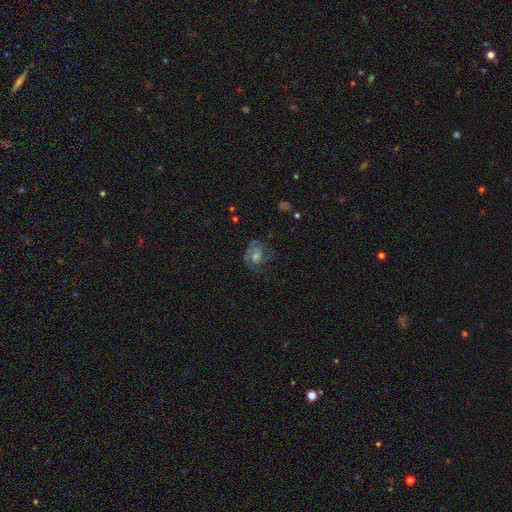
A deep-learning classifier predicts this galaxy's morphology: Overall: featured or disk (58%; smooth 25%). Edge-on disk: no (97%). Bar: no (59%; weak 33%). Spiral arms: yes (78%). Bulge size: moderate (50%; small 29%). Merging: none (63%).